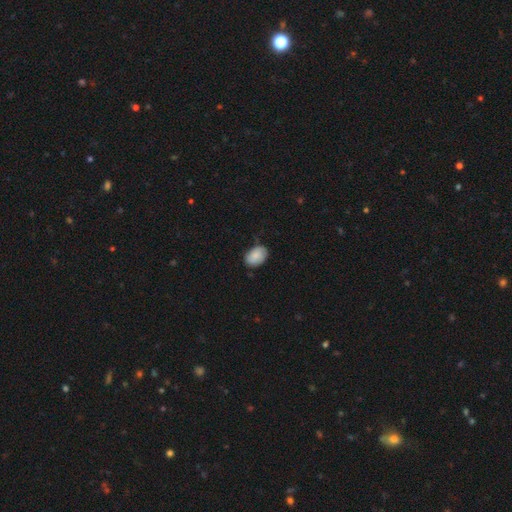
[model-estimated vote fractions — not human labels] Smooth or featured? Predicted: smooth (p=0.84). How rounded? Predicted: in between (p=0.85). Merging? Predicted: none (p=0.73).